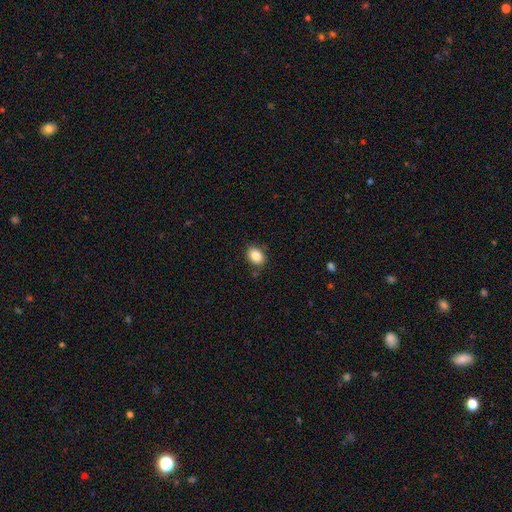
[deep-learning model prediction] Smooth or featured? Predicted: smooth (p=0.86). How rounded? Predicted: in between (p=0.70). Merging? Predicted: none (p=0.83).